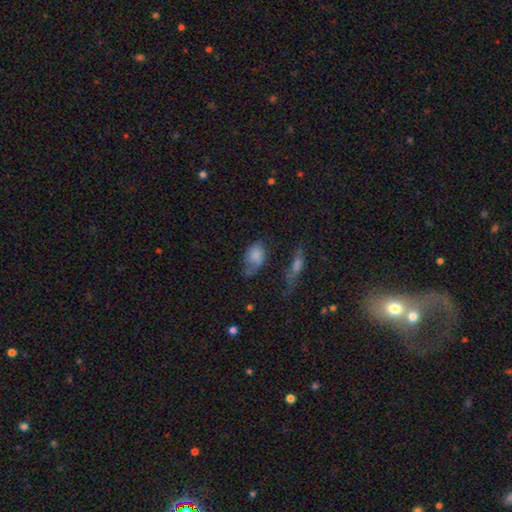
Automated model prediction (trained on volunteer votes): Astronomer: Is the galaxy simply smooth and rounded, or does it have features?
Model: smooth — 72%.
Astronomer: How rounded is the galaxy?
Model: in between — 86%.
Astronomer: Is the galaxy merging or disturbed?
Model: none — 43% (runner-up: minor disturbance, 31%).